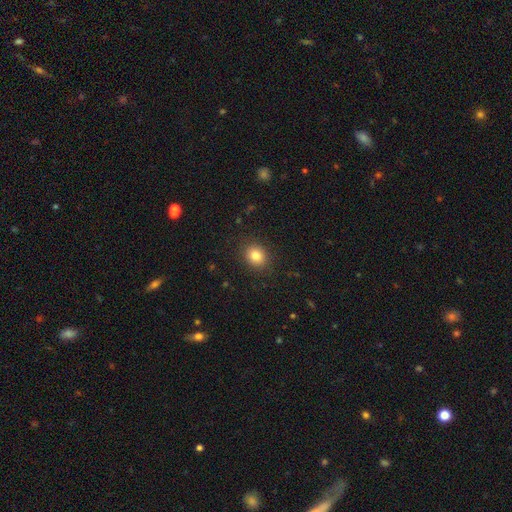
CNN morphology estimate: Smooth or featured?
  - smooth: 83% *
  - star or artifact: 11%
  - featured or disk: 6%
How rounded?
  - round: 64% *
  - in between: 35%
  - cigar-shaped: 1%
Merging?
  - none: 88% *
  - minor disturbance: 8%
  - major disturbance: 3%
  - merger: 1%